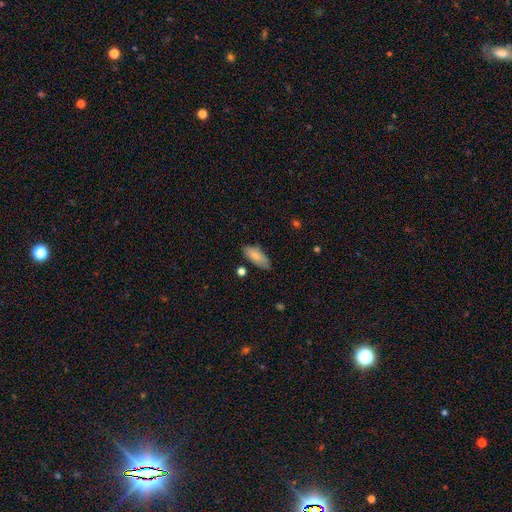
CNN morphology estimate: smooth-or-featured: smooth: 80% | featured or disk: 13% | star or artifact: 7%
  how-rounded: in between: 84% | cigar-shaped: 14% | round: 2%
  merging: none: 74% | minor disturbance: 20% | major disturbance: 4% | merger: 3%